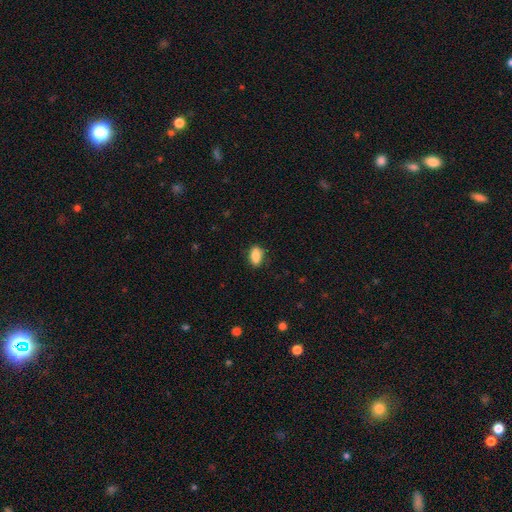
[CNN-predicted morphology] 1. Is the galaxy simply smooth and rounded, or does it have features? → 86% smooth, 8% star or artifact, 7% featured or disk.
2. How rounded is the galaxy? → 84% in between, 10% cigar-shaped, 6% round.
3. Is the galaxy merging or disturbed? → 81% none, 15% minor disturbance, 3% major disturbance, 1% merger.